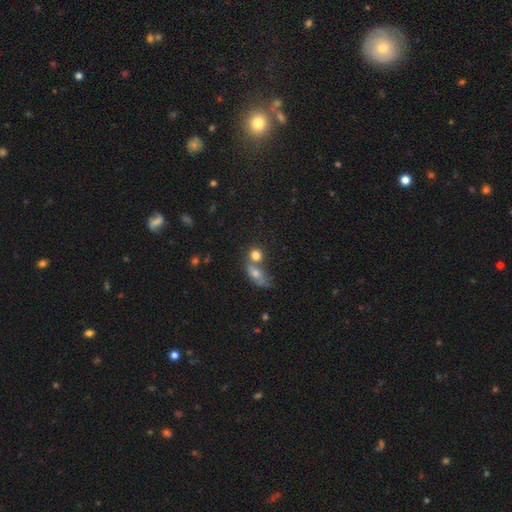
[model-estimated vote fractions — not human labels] This appears to be a smooth galaxy with no disk features (78%) that is round (71%). Merging: none (45%).